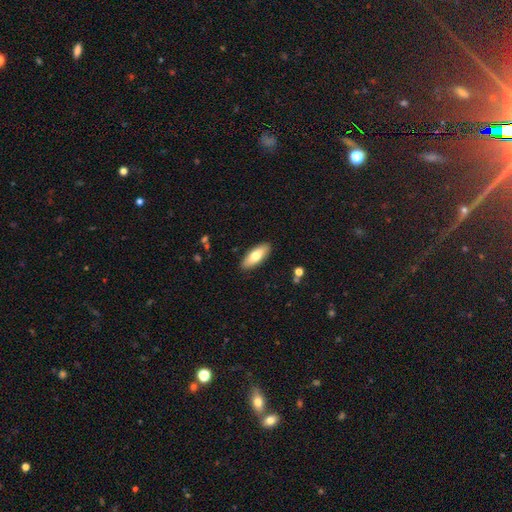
Smooth or featured: smooth — 72% (featured or disk — 23%)
How rounded: in between — 86% (cigar-shaped — 14%)
Merging: none — 81% (minor disturbance — 16%)